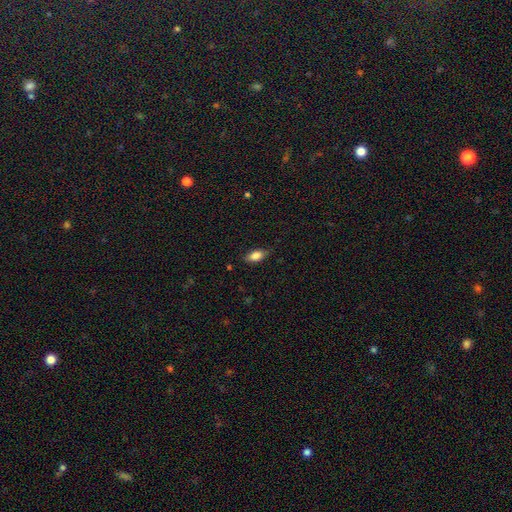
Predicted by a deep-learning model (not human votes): This appears to be a smooth galaxy with no disk features (82%) that is in between round and cigar-shaped (85%). Merging: none (78%).